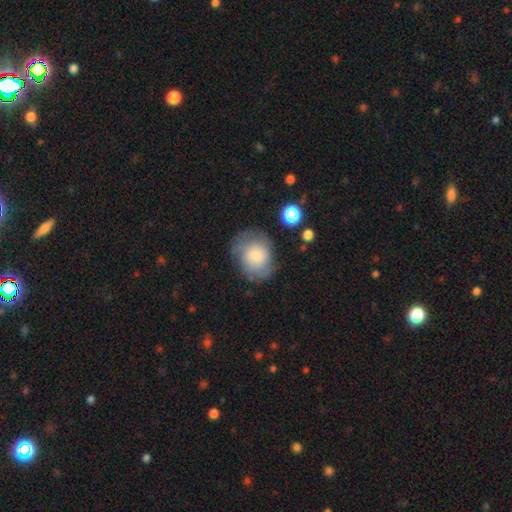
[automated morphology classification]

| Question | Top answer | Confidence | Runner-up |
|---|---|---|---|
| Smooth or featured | smooth | 56% | featured or disk (35%) |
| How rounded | round | 57% | in between (42%) |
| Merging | none | 57% | minor disturbance (26%) |